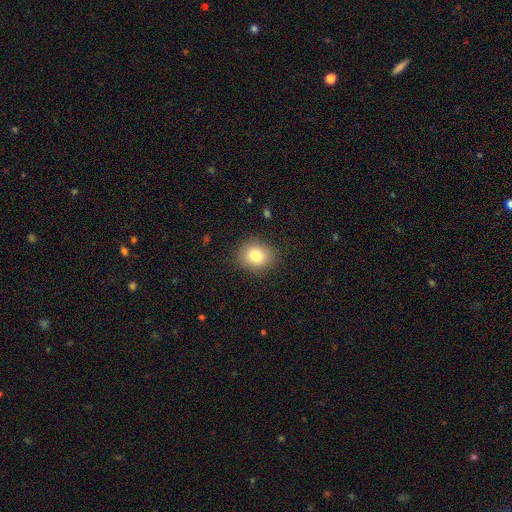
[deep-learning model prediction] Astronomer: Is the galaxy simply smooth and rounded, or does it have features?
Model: smooth — 81%.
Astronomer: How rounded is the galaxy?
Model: round — 62%.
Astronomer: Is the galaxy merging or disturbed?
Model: none — 86%.